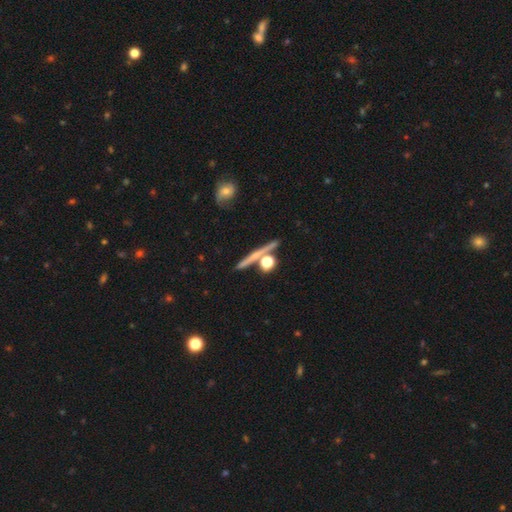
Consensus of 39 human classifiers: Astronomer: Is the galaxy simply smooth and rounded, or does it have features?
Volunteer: featured or disk — 51% (runner-up: smooth, 38%).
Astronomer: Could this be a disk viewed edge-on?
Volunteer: yes — 100%.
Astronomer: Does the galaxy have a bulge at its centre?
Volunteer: rounded — 60% (runner-up: none, 40%).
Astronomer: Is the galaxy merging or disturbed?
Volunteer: none — 77%.